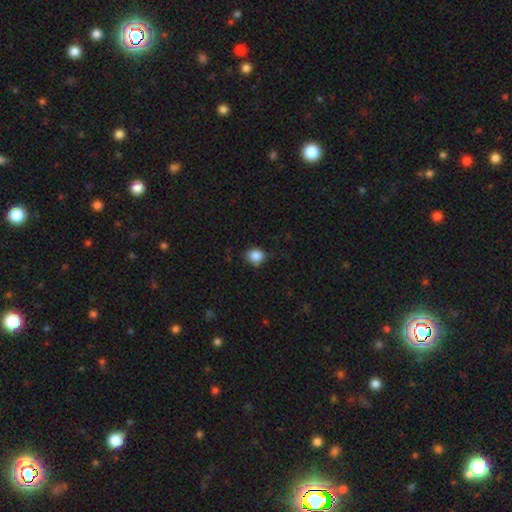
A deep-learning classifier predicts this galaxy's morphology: smooth-or-featured: smooth: 85% | star or artifact: 10% | featured or disk: 5%
  how-rounded: round: 70% | in between: 29% | cigar-shaped: 1%
  merging: none: 65% | minor disturbance: 28% | major disturbance: 6% | merger: 2%